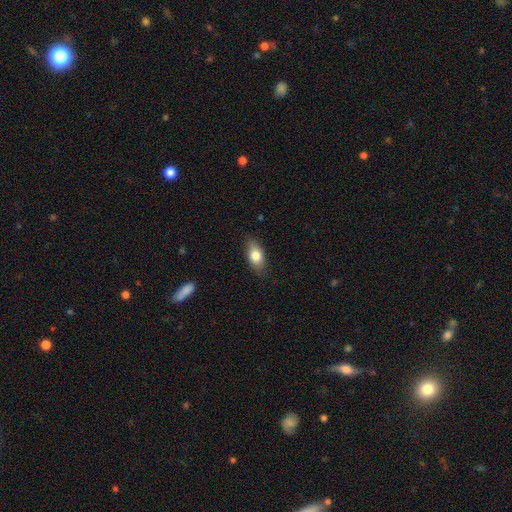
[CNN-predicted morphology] type=smooth (78%); roundness=in between (85%); merging=none (82%).